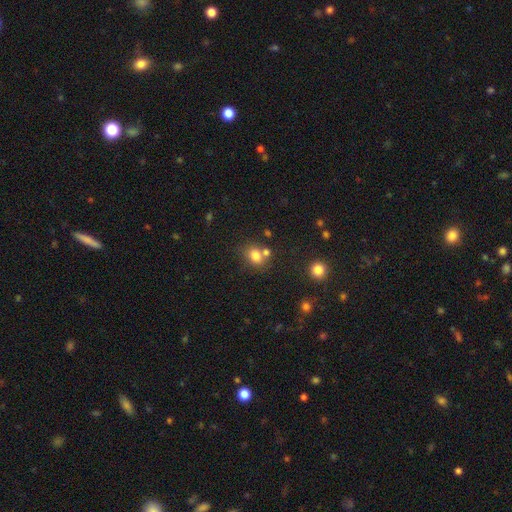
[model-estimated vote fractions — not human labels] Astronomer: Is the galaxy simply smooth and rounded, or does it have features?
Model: smooth — 79%.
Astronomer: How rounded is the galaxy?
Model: round — 52% (runner-up: in between, 47%).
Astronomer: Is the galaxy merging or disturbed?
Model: none — 56%.